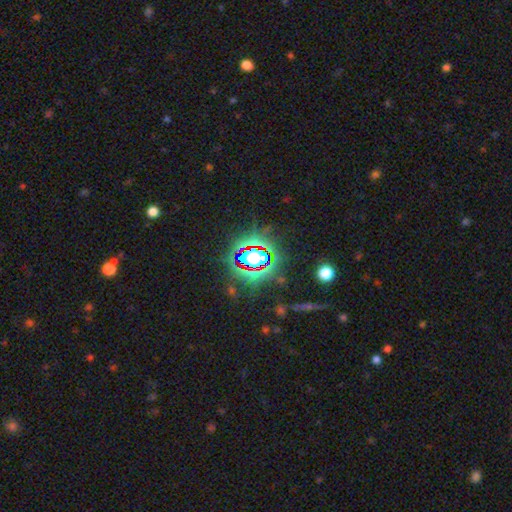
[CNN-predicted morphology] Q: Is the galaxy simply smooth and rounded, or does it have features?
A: star or artifact — 79%.